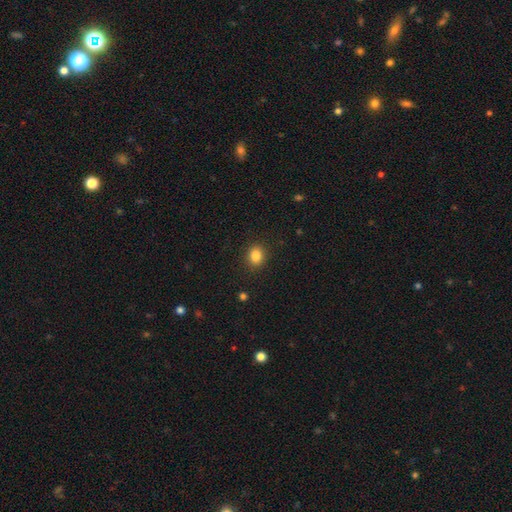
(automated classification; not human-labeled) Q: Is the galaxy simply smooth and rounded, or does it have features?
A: smooth — 85%.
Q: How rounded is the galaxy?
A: round — 62%.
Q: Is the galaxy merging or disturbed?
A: none — 89%.